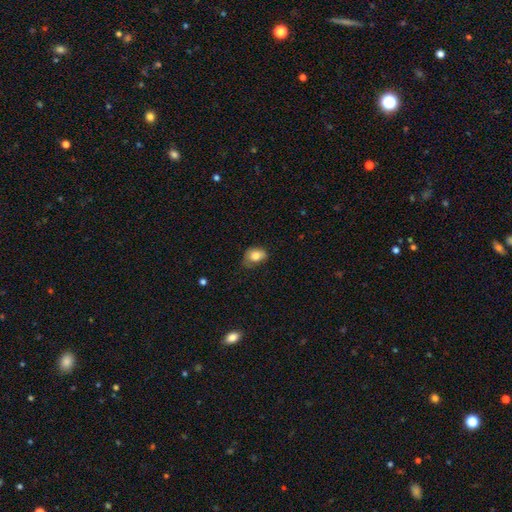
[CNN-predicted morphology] smooth 80%, featured or disk 11%, star or artifact 9%. Down the decision tree: how rounded — in between (68%); merging — none (47%).